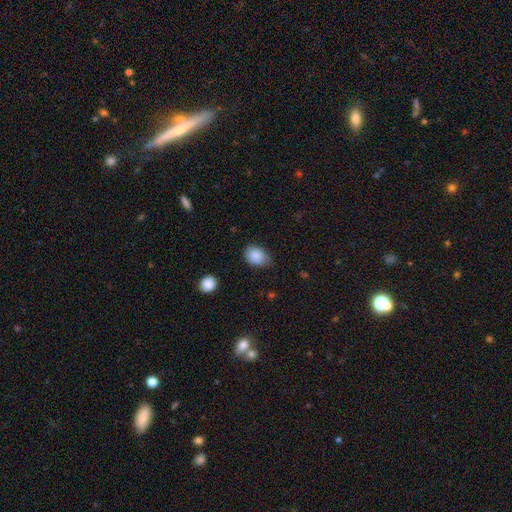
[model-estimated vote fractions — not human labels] Morphology: type=smooth (86%); roundness=in between (65%); merging=none (60%).